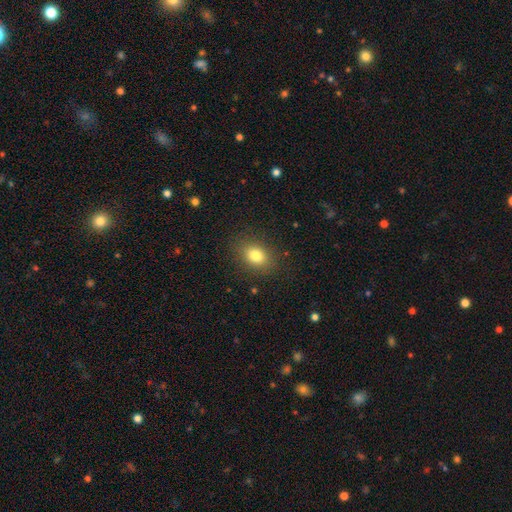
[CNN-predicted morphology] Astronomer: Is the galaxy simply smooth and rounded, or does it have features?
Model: smooth — 81%.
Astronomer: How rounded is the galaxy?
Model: in between — 68%.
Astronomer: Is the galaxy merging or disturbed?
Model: none — 86%.